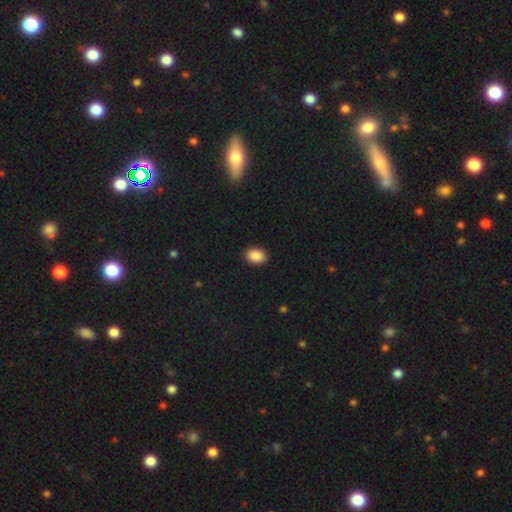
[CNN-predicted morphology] smooth-or-featured: smooth: 89% | star or artifact: 8% | featured or disk: 3%
  how-rounded: in between: 76% | round: 23% | cigar-shaped: 1%
  merging: none: 91% | minor disturbance: 6% | major disturbance: 2% | merger: 1%